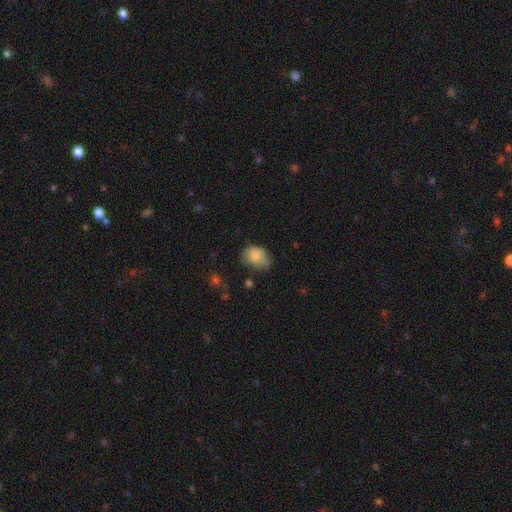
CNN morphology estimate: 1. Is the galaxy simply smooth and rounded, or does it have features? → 81% smooth, 11% featured or disk, 8% star or artifact.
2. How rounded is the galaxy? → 68% in between, 31% round, 1% cigar-shaped.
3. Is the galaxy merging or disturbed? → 48% none, 37% minor disturbance, 12% major disturbance, 2% merger.